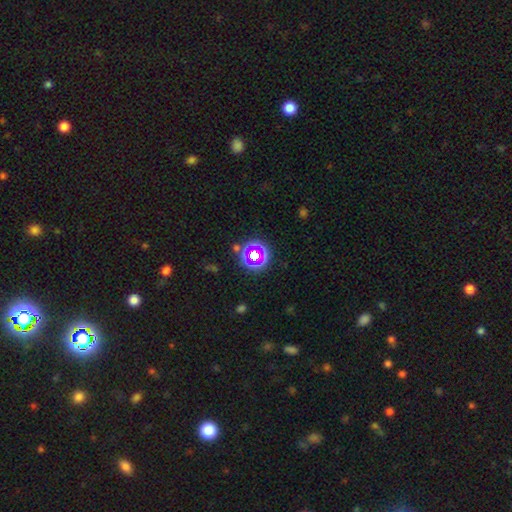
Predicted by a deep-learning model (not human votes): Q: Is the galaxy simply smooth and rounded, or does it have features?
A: star or artifact — 48%.